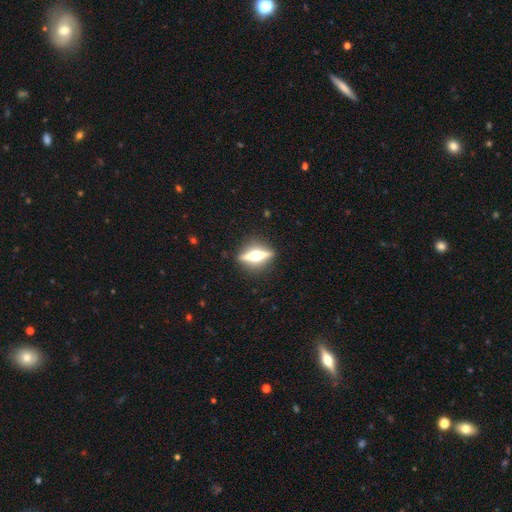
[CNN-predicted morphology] Overall: featured or disk (77%). Edge-on disk: yes (95%). Edge-on bulge: rounded (94%). Merging: none (87%).